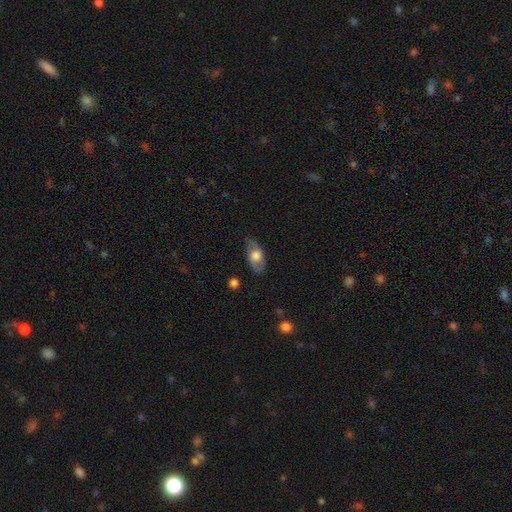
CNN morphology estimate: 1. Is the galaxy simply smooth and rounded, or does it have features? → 55% smooth, 38% featured or disk, 7% star or artifact.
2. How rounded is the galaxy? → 86% in between, 8% round, 6% cigar-shaped.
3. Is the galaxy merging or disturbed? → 75% none, 19% minor disturbance, 5% major disturbance, 1% merger.